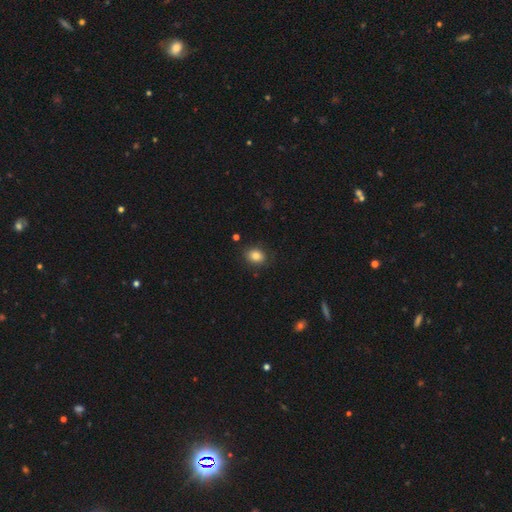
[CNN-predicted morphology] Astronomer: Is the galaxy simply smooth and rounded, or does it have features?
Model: smooth — 85%.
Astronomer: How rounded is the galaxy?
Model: in between — 52% (runner-up: round, 47%).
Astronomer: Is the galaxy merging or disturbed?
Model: none — 83%.